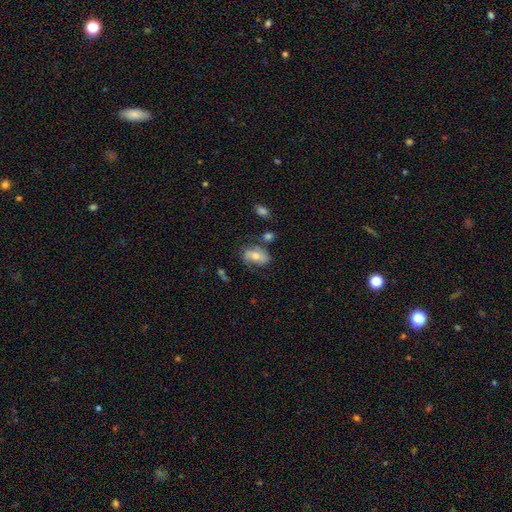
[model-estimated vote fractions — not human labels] This is possibly a smooth galaxy (47%). Merging: possibly none (59%).